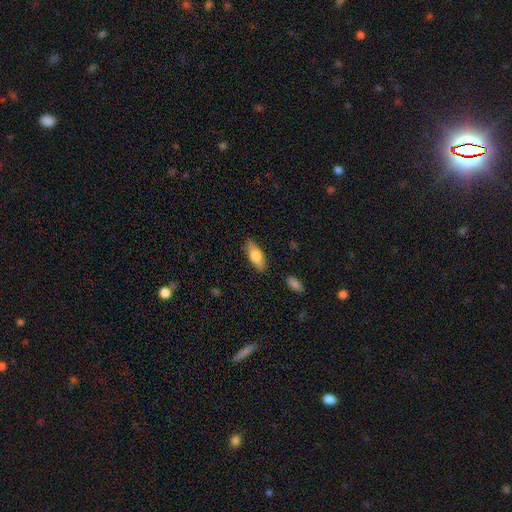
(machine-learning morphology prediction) smooth-or-featured: smooth: 70% | featured or disk: 24% | star or artifact: 6%
  how-rounded: in between: 72% | cigar-shaped: 26% | round: 3%
  merging: none: 84% | minor disturbance: 12% | major disturbance: 2% | merger: 2%